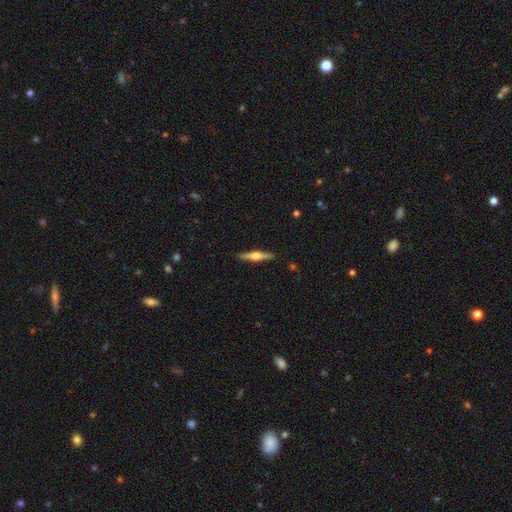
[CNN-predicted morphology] Smooth or featured?
  - featured or disk: 67% *
  - smooth: 27%
  - star or artifact: 5%
Edge-on disk?
  - yes: 98% *
  - no: 2%
Edge-on bulge?
  - rounded: 91% *
  - boxy: 6%
  - none: 3%
Merging?
  - none: 90% *
  - minor disturbance: 7%
  - major disturbance: 1%
  - merger: 1%